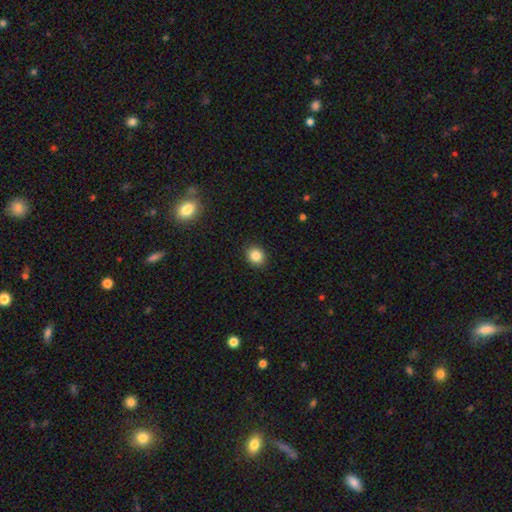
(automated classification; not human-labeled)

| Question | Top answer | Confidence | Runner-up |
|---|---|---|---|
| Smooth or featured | smooth | 84% | star or artifact (10%) |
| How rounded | round | 69% | in between (30%) |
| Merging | none | 90% | minor disturbance (7%) |